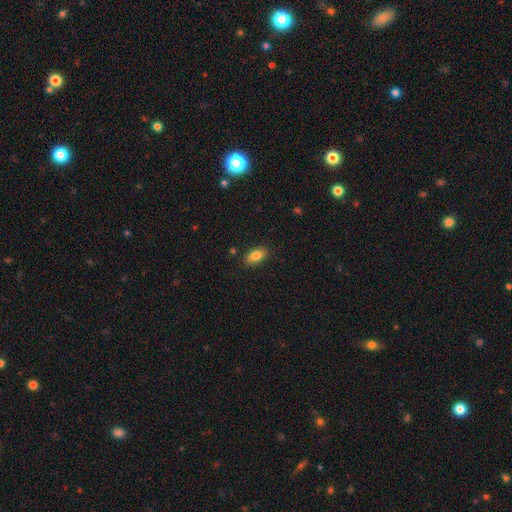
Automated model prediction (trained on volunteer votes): smooth 82%, featured or disk 10%, star or artifact 8%. Down the decision tree: how rounded — in between (89%); merging — none (87%).